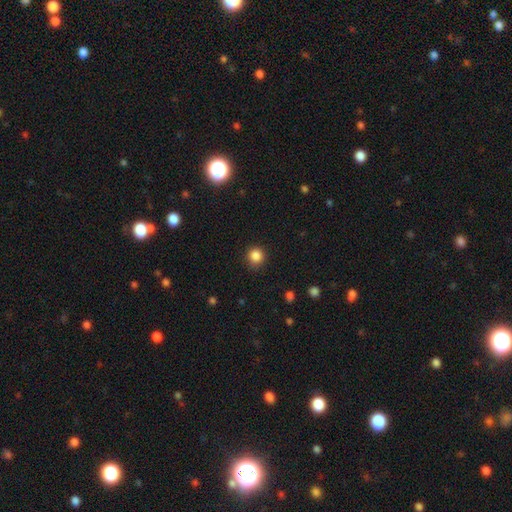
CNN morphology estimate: A smooth galaxy with no disk features (85%) that is round (93%). Merging: none (88%).